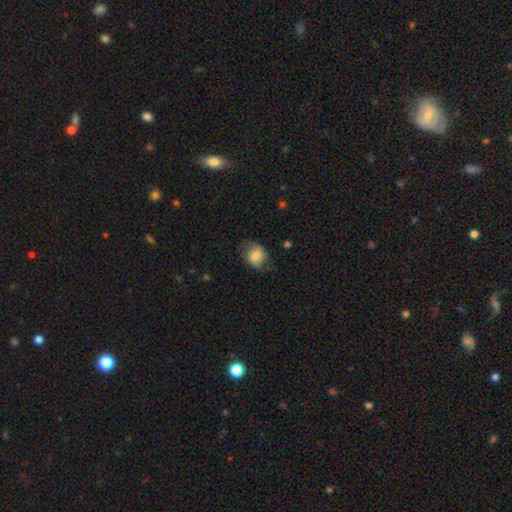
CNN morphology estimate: Q: Smooth or featured?
A: smooth (64%); runner-up: featured or disk (28%)
Q: How rounded?
A: round (55%); runner-up: in between (44%)
Q: Merging?
A: none (61%); runner-up: minor disturbance (27%)